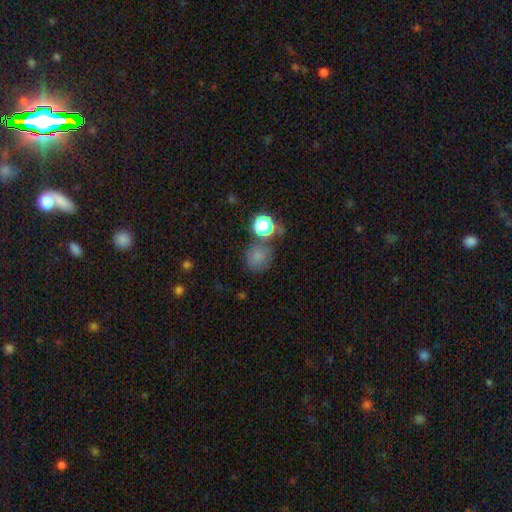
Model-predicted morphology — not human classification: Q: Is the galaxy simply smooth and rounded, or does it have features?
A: smooth — 71%.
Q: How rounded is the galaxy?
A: round — 84%.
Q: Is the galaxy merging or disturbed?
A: none — 64%.